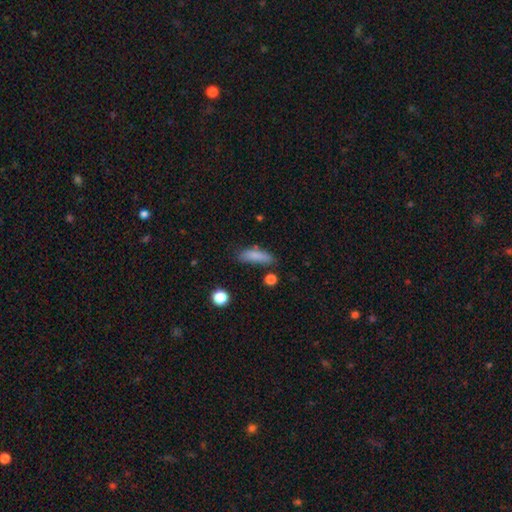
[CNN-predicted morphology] Smooth or featured? Predicted: smooth (p=0.80). How rounded? Predicted: in between (p=0.53). Merging? Predicted: none (p=0.57).